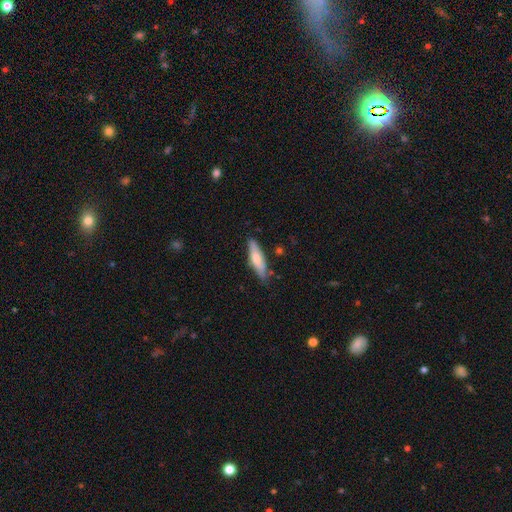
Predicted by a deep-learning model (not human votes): Morphology: type=smooth (57%); roundness=cigar-shaped (76%); merging=none (80%).